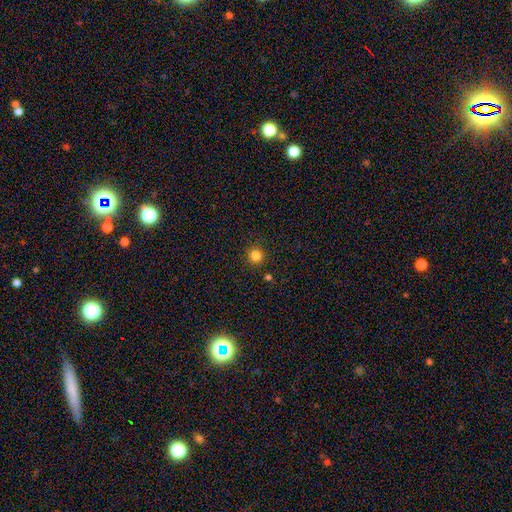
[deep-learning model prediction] Smooth or featured? smooth (83%)
How rounded? round (95%)
Merging? none (90%)